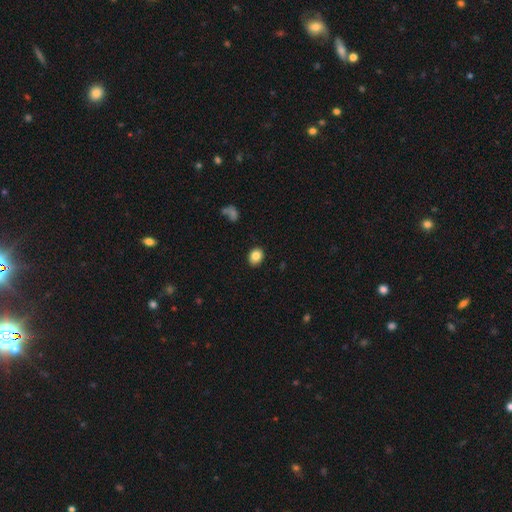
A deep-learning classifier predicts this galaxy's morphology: smooth-or-featured: smooth: 85% | star or artifact: 9% | featured or disk: 6%
  how-rounded: in between: 53% | round: 46% | cigar-shaped: 1%
  merging: none: 89% | minor disturbance: 8% | major disturbance: 2% | merger: 1%